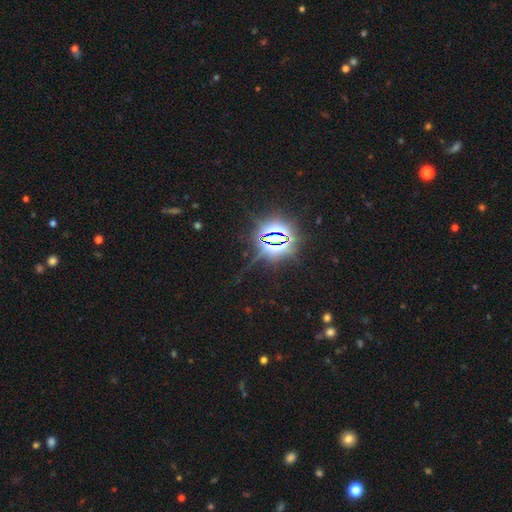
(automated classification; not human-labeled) smooth-or-featured: star or artifact: 85% | smooth: 9% | featured or disk: 6%